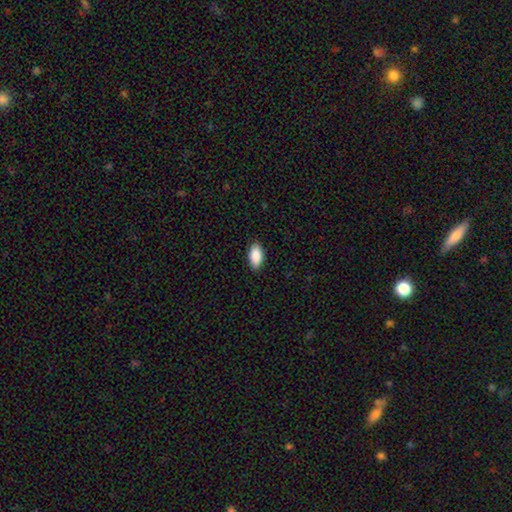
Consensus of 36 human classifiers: smooth 97%, featured or disk 3%, star or artifact 0%. Down the decision tree: how rounded — in between (83%); merging — none (97%).